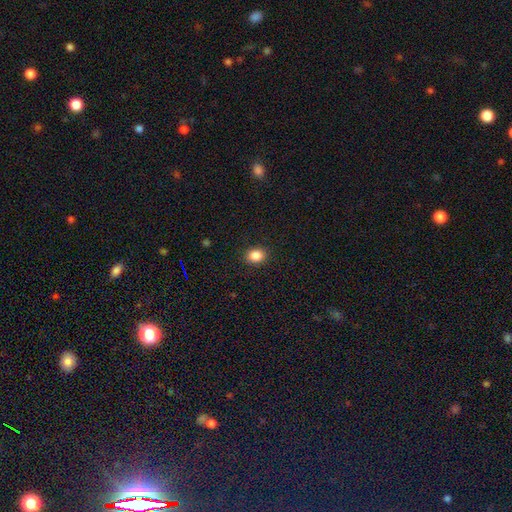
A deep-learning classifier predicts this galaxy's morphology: Q: Smooth or featured?
A: smooth (86%); runner-up: star or artifact (10%)
Q: How rounded?
A: round (52%); runner-up: in between (47%)
Q: Merging?
A: none (89%); runner-up: minor disturbance (8%)